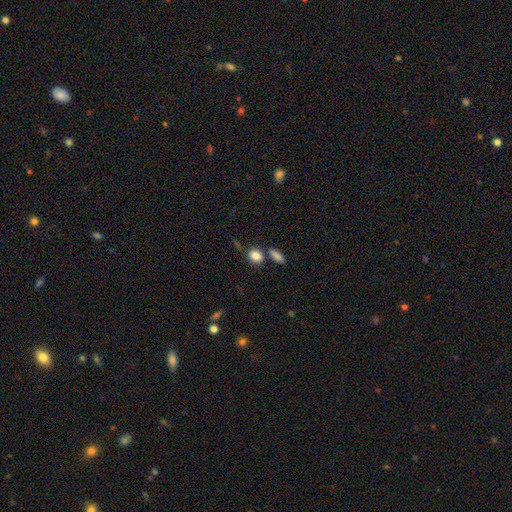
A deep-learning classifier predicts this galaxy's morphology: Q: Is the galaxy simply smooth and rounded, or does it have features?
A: smooth — 86%.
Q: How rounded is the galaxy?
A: round — 51%.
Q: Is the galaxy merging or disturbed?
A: none — 63%.